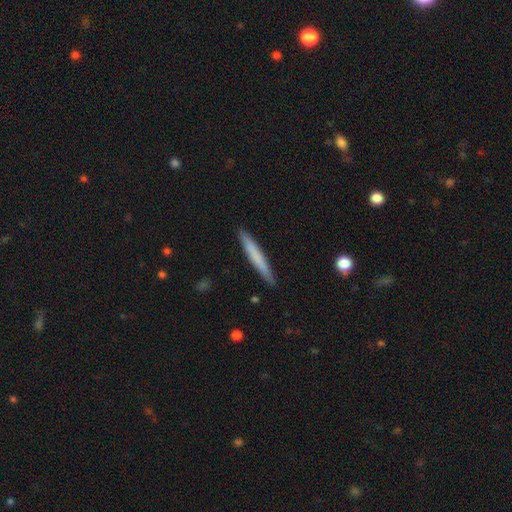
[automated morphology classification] Smooth or featured: smooth — 69% (featured or disk — 26%)
How rounded: cigar-shaped — 96% (in between — 2%)
Merging: none — 91% (minor disturbance — 7%)